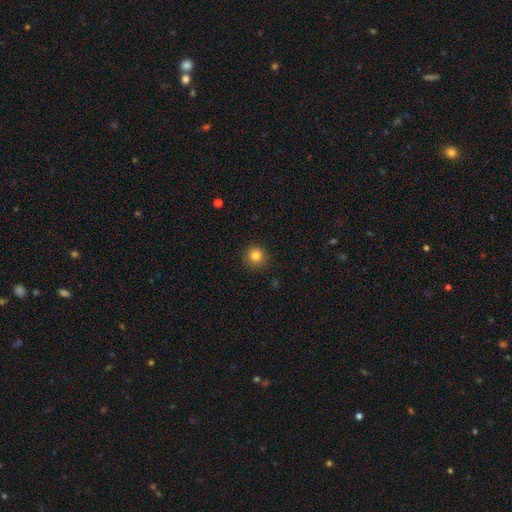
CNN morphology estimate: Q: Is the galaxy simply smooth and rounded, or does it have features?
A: smooth — 83%.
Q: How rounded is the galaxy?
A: round — 94%.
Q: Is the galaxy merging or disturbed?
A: none — 90%.